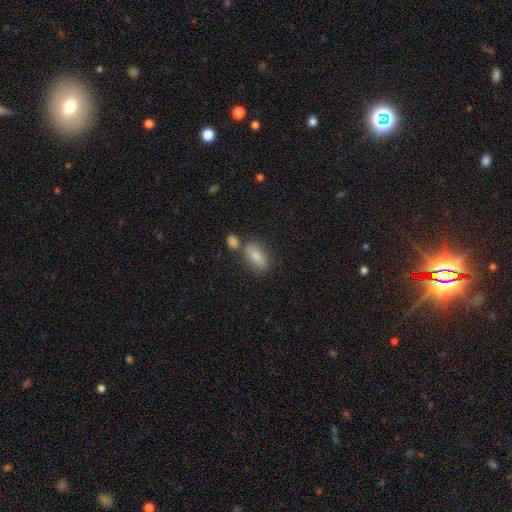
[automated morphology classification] A smooth galaxy with no disk features (76%) that is in between round and cigar-shaped (79%). Merging: none (65%).